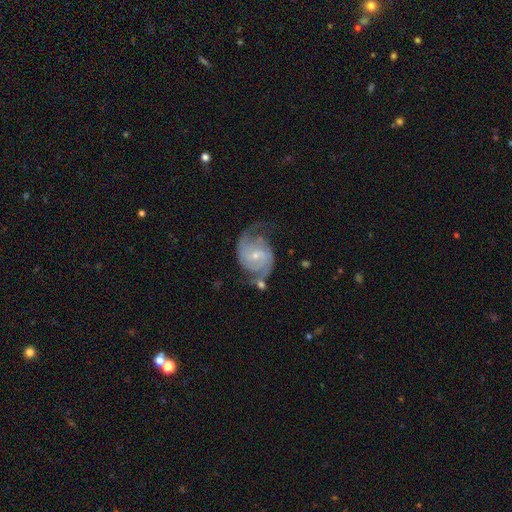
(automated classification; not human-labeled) A featured or disk galaxy (88%) with a weak bar (44%, tied with no), 2 (86%) medium (51%) spiral arms (97%) and a small central bulge (67%). Merging: none (63%).